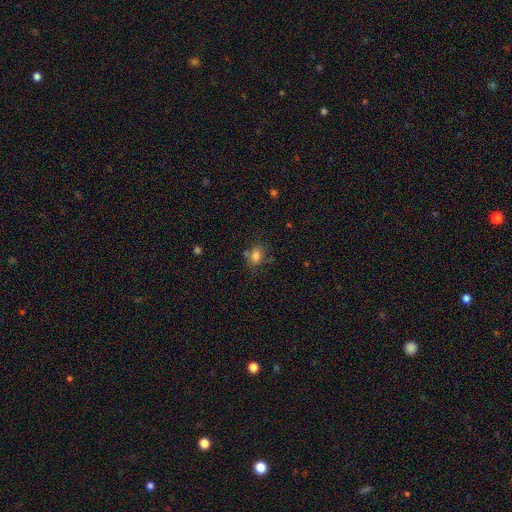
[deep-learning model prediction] The model was most divided on "how rounded": in between: 65%, round: 33%, cigar-shaped: 2%. More confident: smooth or featured — smooth (77%); merging — none (57%).